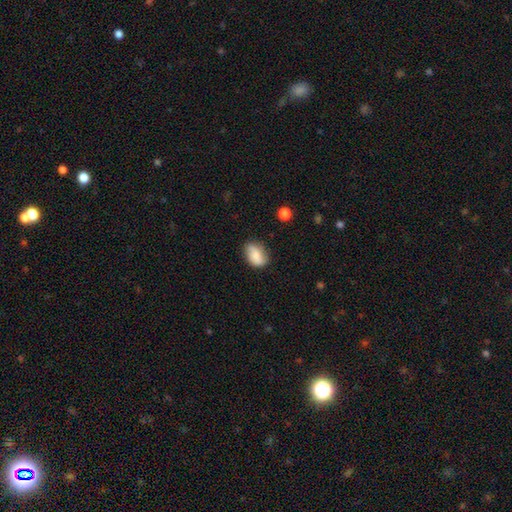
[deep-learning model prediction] The model was most divided on "merging": none: 67%, minor disturbance: 25%, major disturbance: 6%, merger: 2%. More confident: how rounded — in between (81%); smooth or featured — smooth (74%).